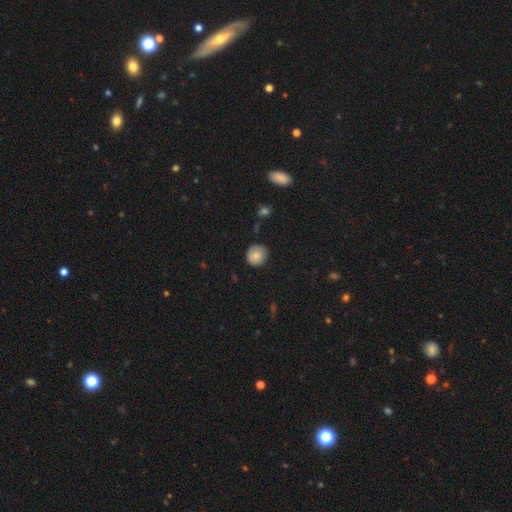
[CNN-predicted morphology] Smooth or featured?
  - smooth: 81% *
  - featured or disk: 10%
  - star or artifact: 8%
How rounded?
  - round: 93% *
  - in between: 6%
  - cigar-shaped: 1%
Merging?
  - none: 85% *
  - minor disturbance: 12%
  - major disturbance: 2%
  - merger: 1%